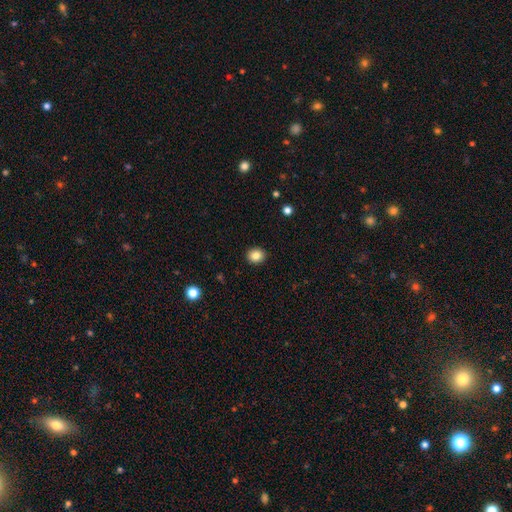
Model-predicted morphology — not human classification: Smooth or featured? smooth (85%)
How rounded? round (74%)
Merging? none (92%)